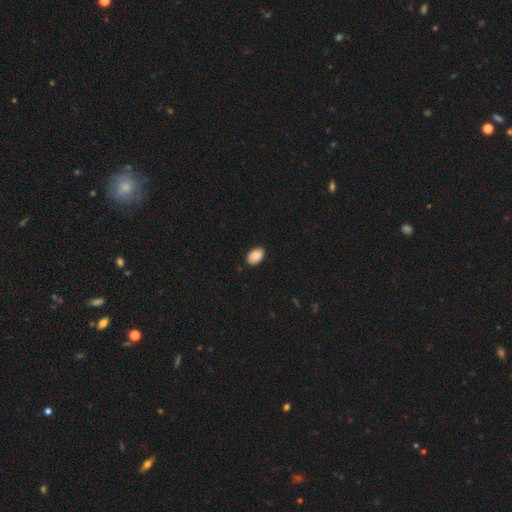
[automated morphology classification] Overall: smooth (88%). How rounded: in between (88%). Merging: none (86%).